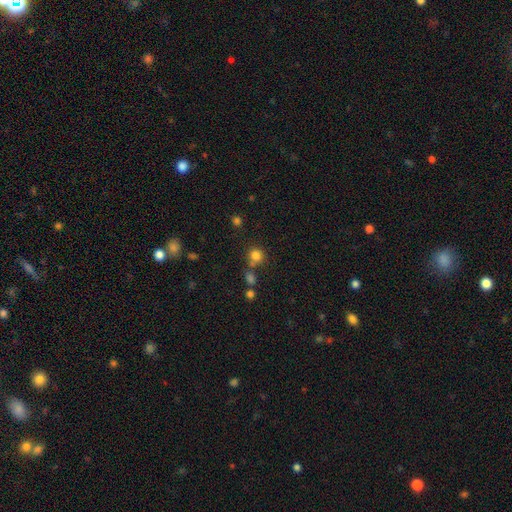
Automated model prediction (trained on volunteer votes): smooth 79%, star or artifact 15%, featured or disk 6%. Down the decision tree: how rounded — round (88%); merging — none (66%).